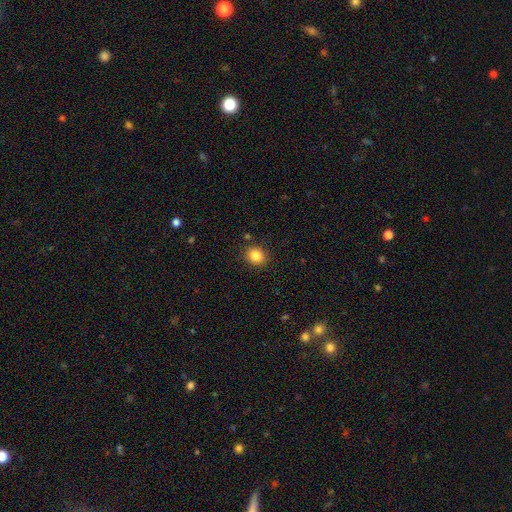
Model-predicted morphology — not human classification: Smooth or featured: smooth — 85% (star or artifact — 10%)
How rounded: round — 70% (in between — 29%)
Merging: none — 87% (minor disturbance — 9%)